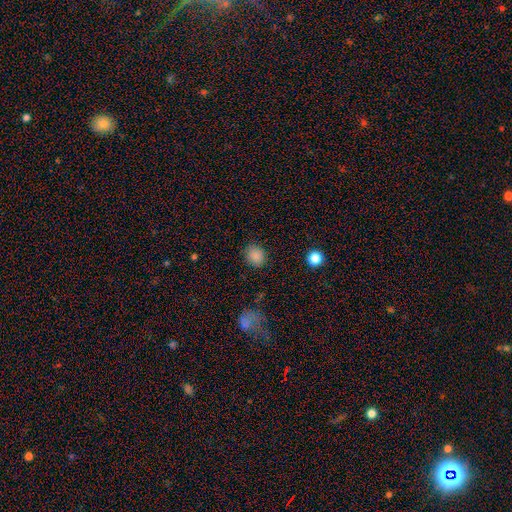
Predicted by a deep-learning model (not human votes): A smooth galaxy with no disk features (86%) that is round (66%). Merging: none (87%).